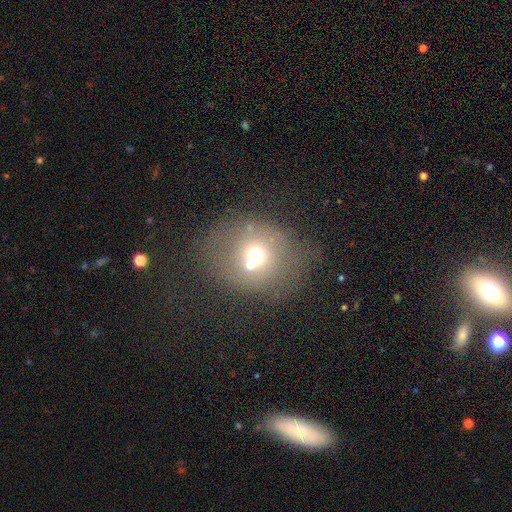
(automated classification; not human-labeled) A smooth galaxy with no disk features (56%) that is round (78%). Merging: none (46%).